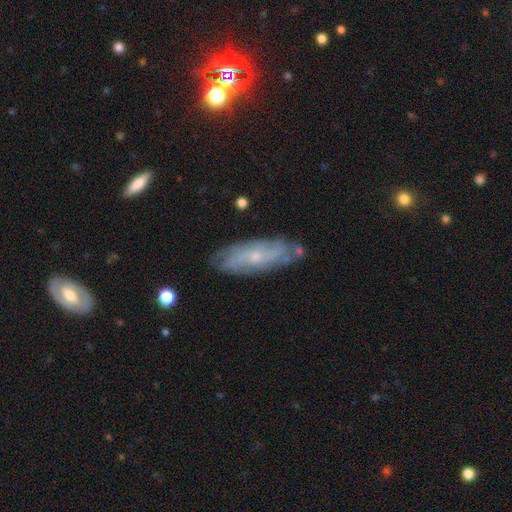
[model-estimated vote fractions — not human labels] smooth_or_featured: featured or disk (p=0.65) [alt: smooth p=0.27]
disk_edge_on: no (p=0.81) [alt: yes p=0.19]
bar: no (p=0.75) [alt: weak p=0.21]
has_spiral_arms: yes (p=0.81) [alt: no p=0.19]
bulge_size: small (p=0.74) [alt: moderate p=0.21]
merging: none (p=0.76) [alt: minor disturbance p=0.17]